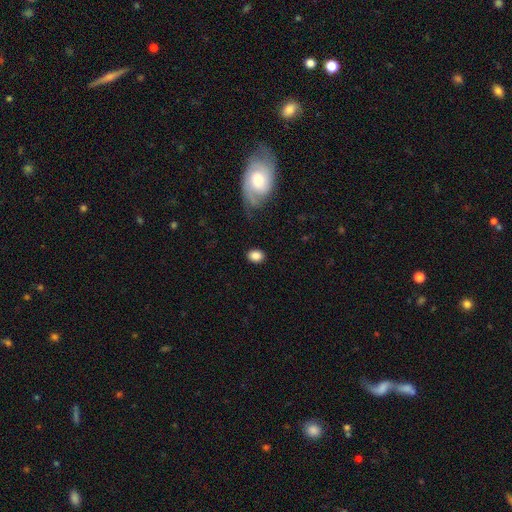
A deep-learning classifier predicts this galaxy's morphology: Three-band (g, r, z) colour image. It shows a smooth galaxy with no disk features (85%) that is in between round and cigar-shaped (67%). Merging: none (86%).